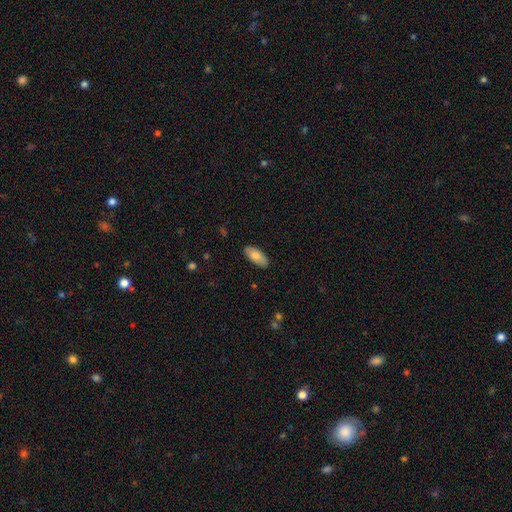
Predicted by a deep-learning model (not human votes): This is likely a smooth galaxy (79%). How rounded: clearly in between (91%). Merging: clearly none (87%).